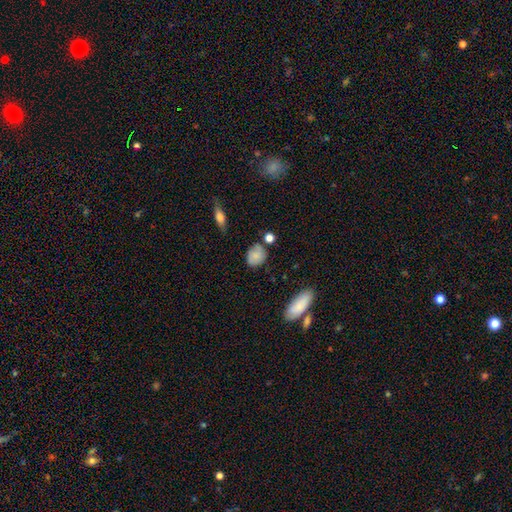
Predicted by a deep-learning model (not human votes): Overall: smooth (80%). How rounded: round (56%; in between 42%). Merging: none (70%).